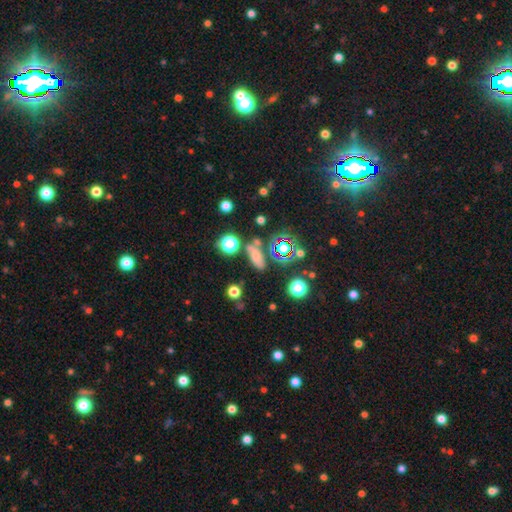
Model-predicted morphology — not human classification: Q: Smooth or featured?
A: smooth (58%); runner-up: star or artifact (27%)
Q: How rounded?
A: in between (59%); runner-up: cigar-shaped (27%)
Q: Merging?
A: none (62%); runner-up: minor disturbance (17%)